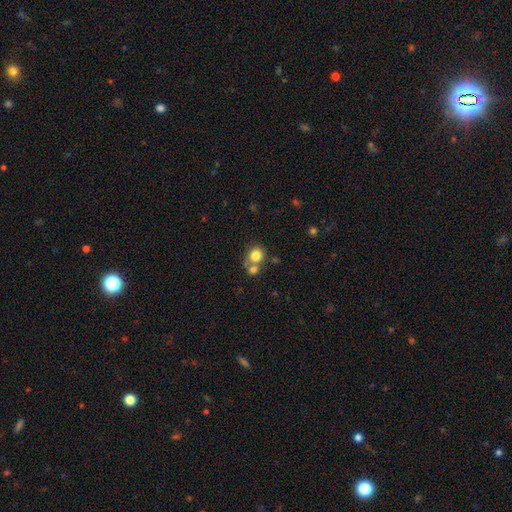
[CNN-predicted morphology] Smooth or featured: smooth — 79% (featured or disk — 11%)
How rounded: round — 76% (in between — 23%)
Merging: none — 44% (merger — 41%)